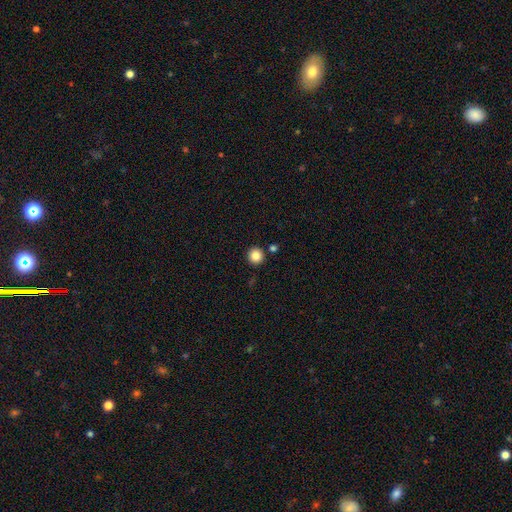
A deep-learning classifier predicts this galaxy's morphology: Q: Smooth or featured?
A: smooth (86%); runner-up: star or artifact (10%)
Q: How rounded?
A: round (95%); runner-up: in between (4%)
Q: Merging?
A: none (89%); runner-up: minor disturbance (5%)